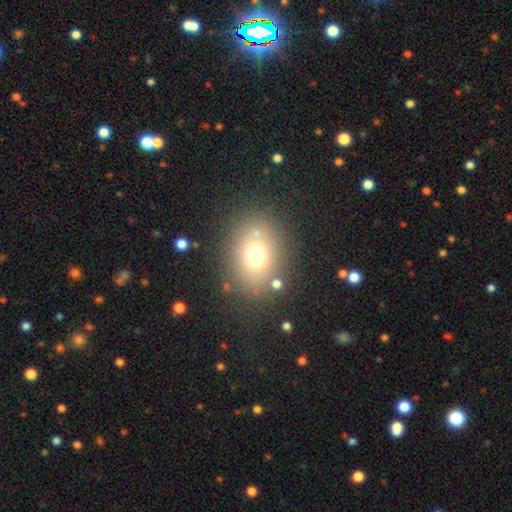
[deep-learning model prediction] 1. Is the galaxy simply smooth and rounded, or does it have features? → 68% smooth, 17% star or artifact, 15% featured or disk.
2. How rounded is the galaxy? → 52% in between, 47% round, 1% cigar-shaped.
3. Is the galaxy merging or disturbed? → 78% none, 11% minor disturbance, 6% merger, 5% major disturbance.